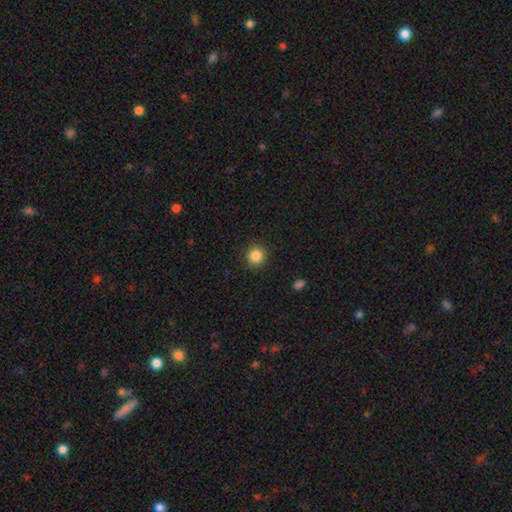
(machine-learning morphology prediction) This appears to be a smooth galaxy with no disk features (87%) that is round (91%). Merging: none (90%).